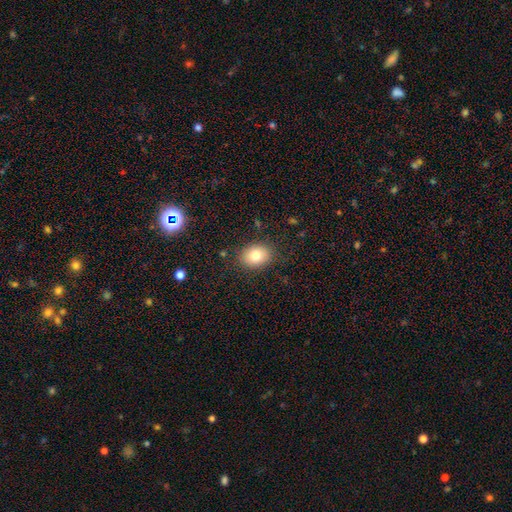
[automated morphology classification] This appears to be a smooth galaxy with no disk features (79%) that is in between round and cigar-shaped (64%). Merging: none (85%).